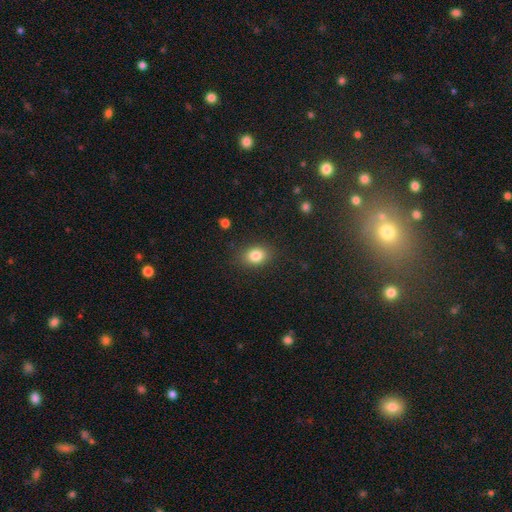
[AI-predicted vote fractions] The model was most divided on "how rounded": in between: 64%, round: 35%, cigar-shaped: 1%. More confident: merging — none (86%); smooth or featured — smooth (84%).